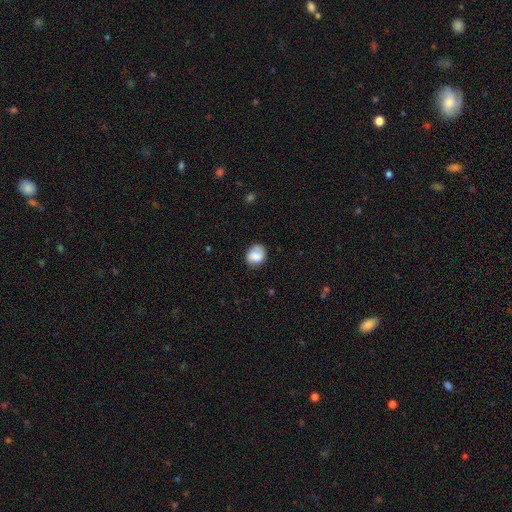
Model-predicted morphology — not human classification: smooth 77%, featured or disk 15%, star or artifact 8%. Down the decision tree: how rounded — round (61%); merging — none (71%).